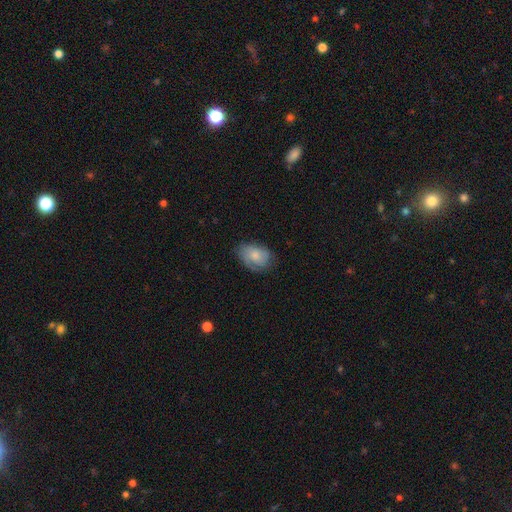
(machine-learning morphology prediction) Q: Smooth or featured?
A: smooth (57%); runner-up: featured or disk (36%)
Q: How rounded?
A: in between (80%); runner-up: round (18%)
Q: Merging?
A: none (67%); runner-up: minor disturbance (24%)